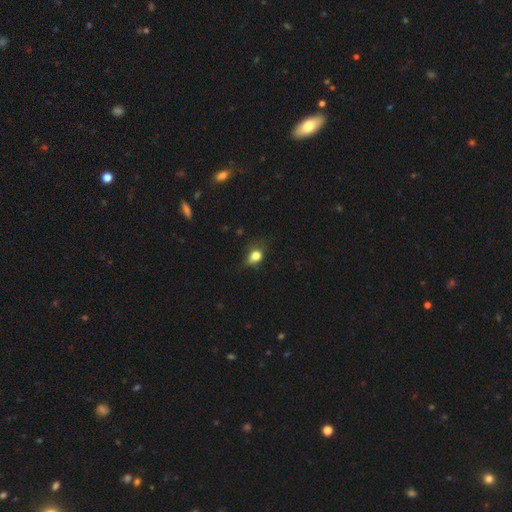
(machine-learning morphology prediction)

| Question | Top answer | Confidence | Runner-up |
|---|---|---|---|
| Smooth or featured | smooth | 76% | featured or disk (12%) |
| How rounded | in between | 57% | round (40%) |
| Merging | none | 52% | minor disturbance (33%) |